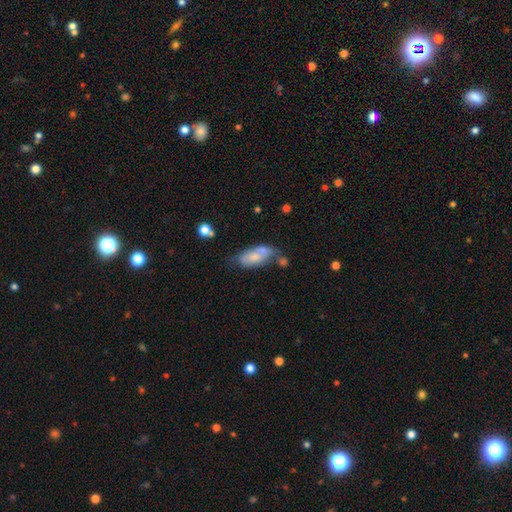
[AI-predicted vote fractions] A smooth galaxy with no disk features (63%) that is in between round and cigar-shaped (84%).

Vote fractions:
- Smooth or featured? smooth: 63% / featured or disk: 29% / star or artifact: 8%
- How rounded? in between: 84% / cigar-shaped: 13% / round: 3%
- Merging? none: 38% / merger: 26% / minor disturbance: 25% / major disturbance: 11%